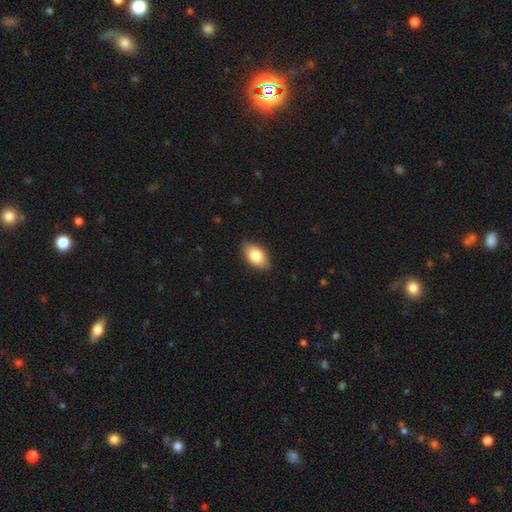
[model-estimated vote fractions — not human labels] Smooth or featured? Predicted: smooth (p=0.82). How rounded? Predicted: in between (p=0.92). Merging? Predicted: none (p=0.83).